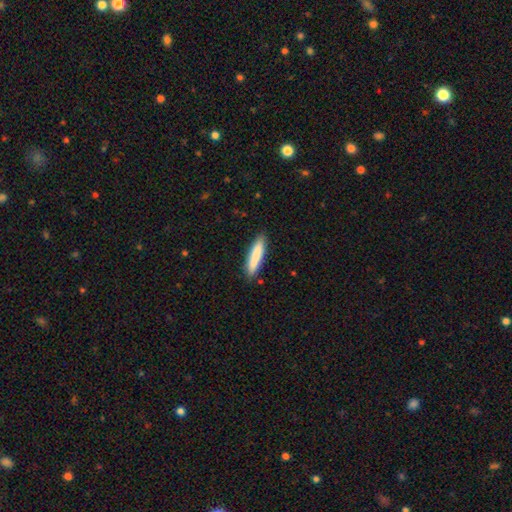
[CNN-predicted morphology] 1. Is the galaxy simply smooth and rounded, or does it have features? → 83% smooth, 11% featured or disk, 6% star or artifact.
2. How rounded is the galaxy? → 85% cigar-shaped, 14% in between, 1% round.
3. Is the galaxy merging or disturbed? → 88% none, 9% minor disturbance, 2% major disturbance, 1% merger.